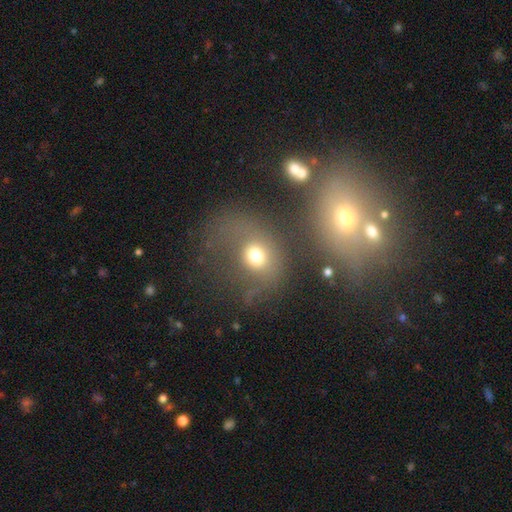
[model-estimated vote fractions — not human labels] smooth-or-featured: smooth: 63% | featured or disk: 21% | star or artifact: 17%
  how-rounded: round: 60% | in between: 38% | cigar-shaped: 2%
  merging: none: 43% | major disturbance: 23% | merger: 18% | minor disturbance: 17%